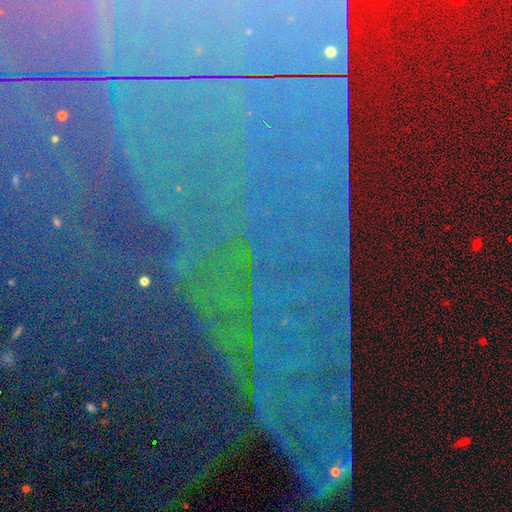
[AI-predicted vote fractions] smooth_or_featured: star or artifact (p=0.87) [alt: featured or disk p=0.07]